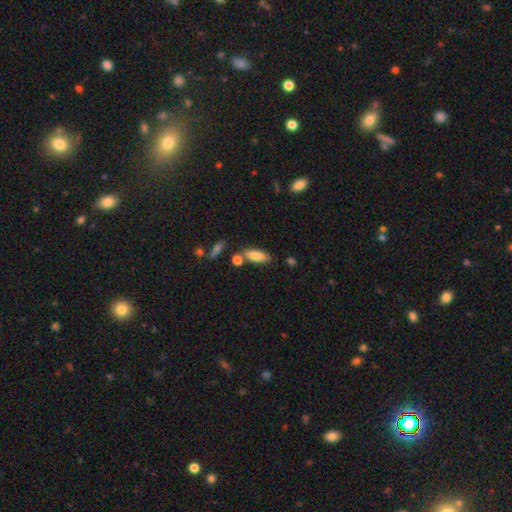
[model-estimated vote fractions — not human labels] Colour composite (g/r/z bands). It shows a smooth galaxy with no disk features (85%) that is in between round and cigar-shaped (76%). Merging: none (68%).